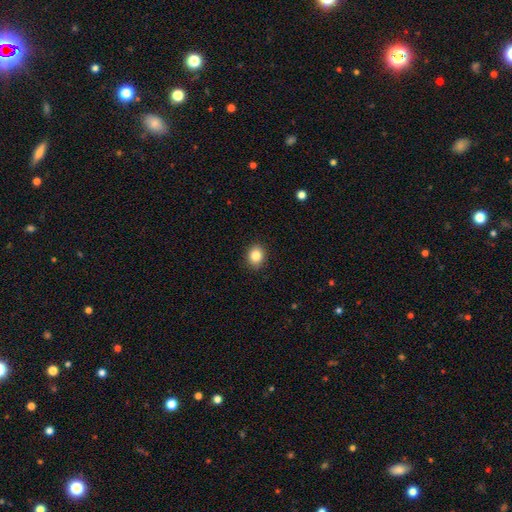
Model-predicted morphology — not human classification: smooth_or_featured: smooth (p=0.84) [alt: star or artifact p=0.10]
how_rounded: round (p=0.60) [alt: in between p=0.40]
merging: none (p=0.91) [alt: minor disturbance p=0.07]